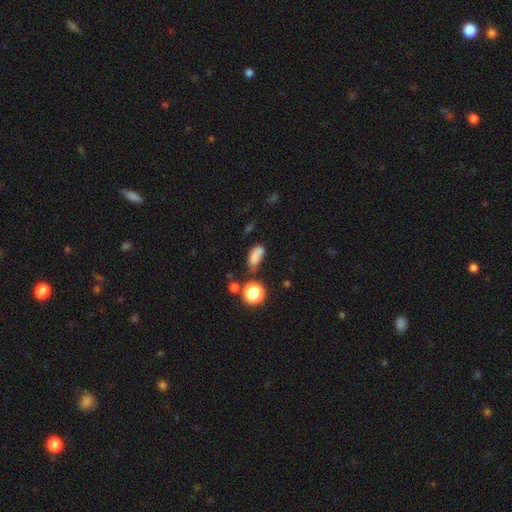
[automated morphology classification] smooth_or_featured: smooth (p=0.72) [alt: star or artifact p=0.16]
how_rounded: in between (p=0.80) [alt: round p=0.14]
merging: none (p=0.44) [alt: minor disturbance p=0.26]